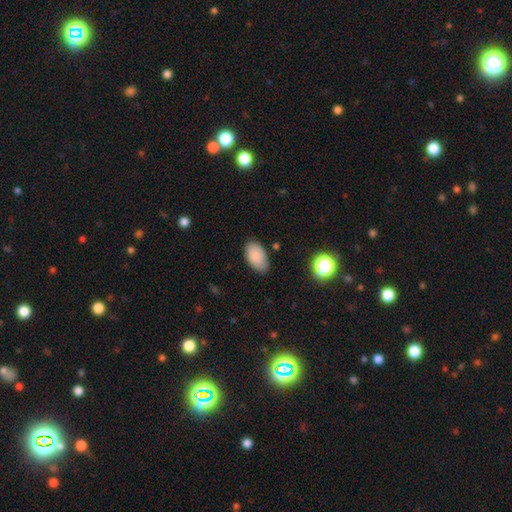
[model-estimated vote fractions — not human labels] Q: Smooth or featured?
A: smooth (87%); runner-up: star or artifact (8%)
Q: How rounded?
A: in between (95%); runner-up: round (4%)
Q: Merging?
A: none (81%); runner-up: minor disturbance (15%)